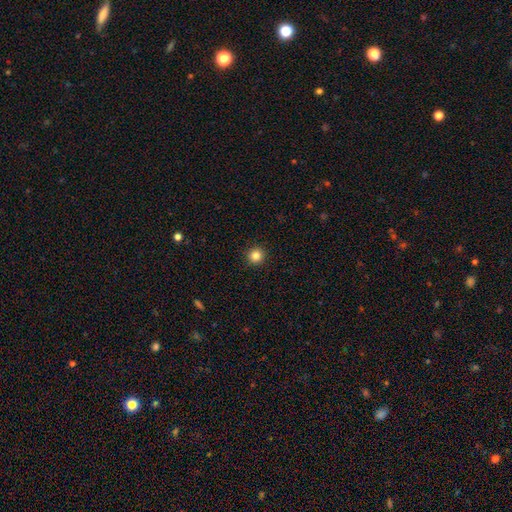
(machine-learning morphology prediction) smooth-or-featured: smooth: 84% | star or artifact: 11% | featured or disk: 4%
  how-rounded: round: 95% | in between: 4% | cigar-shaped: 1%
  merging: none: 93% | minor disturbance: 4% | major disturbance: 2% | merger: 1%